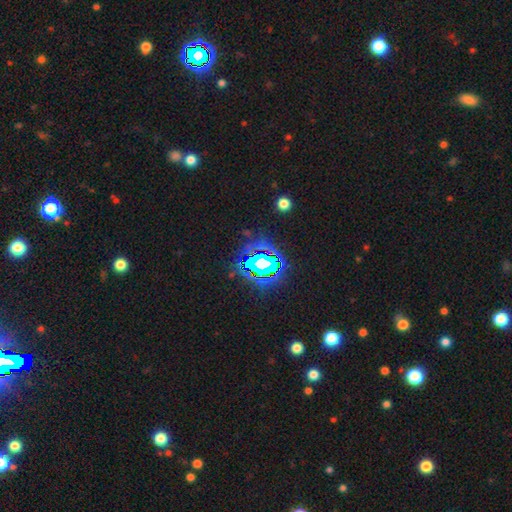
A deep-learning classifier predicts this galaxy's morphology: star or artifact 80%, smooth 12%, featured or disk 8%.